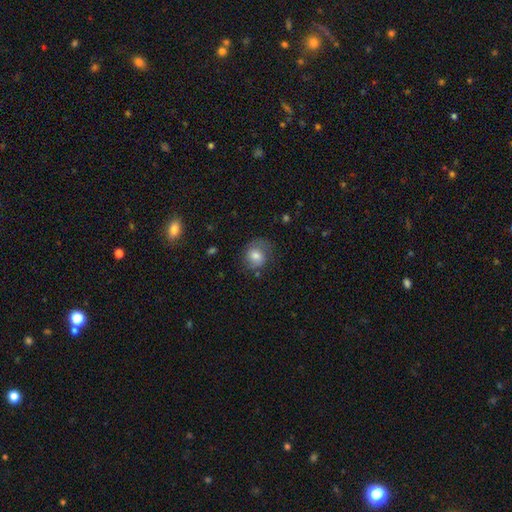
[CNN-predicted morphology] Smooth or featured: smooth — 69% (featured or disk — 22%)
How rounded: round — 66% (in between — 33%)
Merging: none — 60% (minor disturbance — 24%)